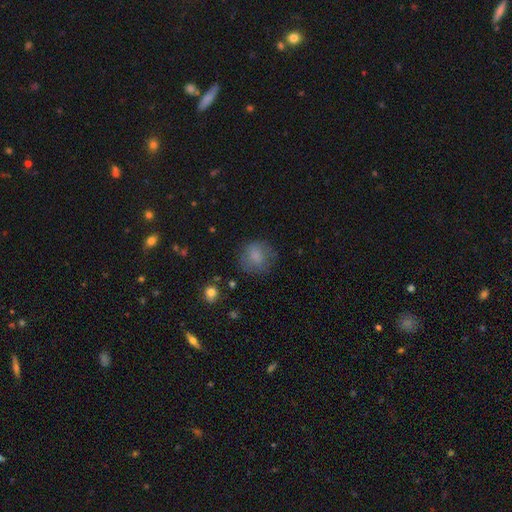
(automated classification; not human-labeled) A smooth galaxy with no disk features (78%) that is round (80%).

Vote fractions:
- Smooth or featured? smooth: 78% / featured or disk: 12% / star or artifact: 10%
- How rounded? round: 80% / in between: 19% / cigar-shaped: 1%
- Merging? none: 69% / minor disturbance: 19% / major disturbance: 10% / merger: 2%